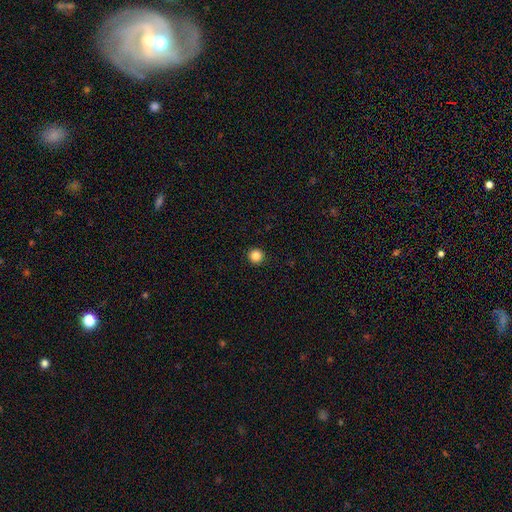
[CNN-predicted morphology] smooth 85%, star or artifact 12%, featured or disk 4%. Down the decision tree: how rounded — round (96%); merging — none (94%).